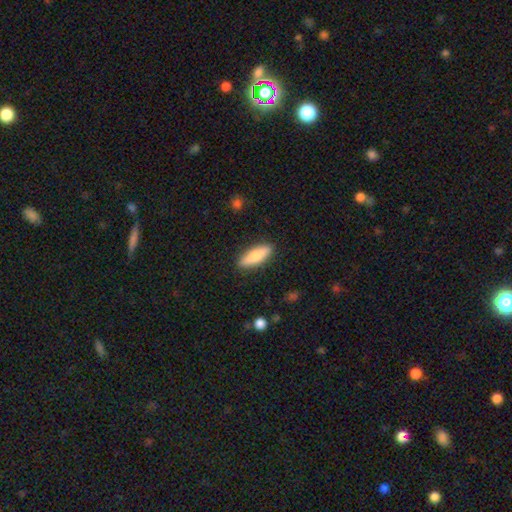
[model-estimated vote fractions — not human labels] The model was most divided on "how rounded": cigar-shaped: 52%, in between: 46%, round: 2%. More confident: merging — none (89%); smooth or featured — smooth (71%).